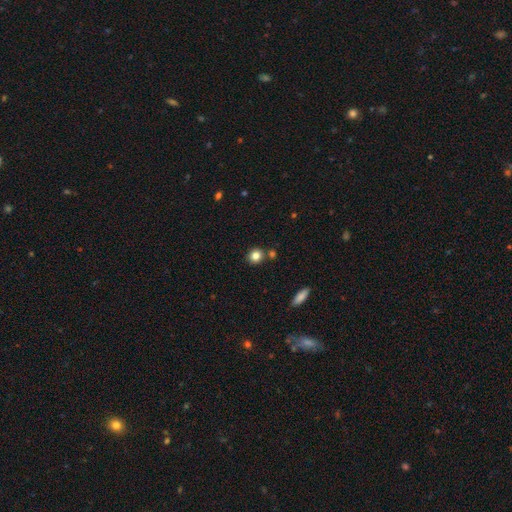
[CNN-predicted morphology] smooth_or_featured: smooth (p=0.83) [alt: star or artifact p=0.11]
how_rounded: round (p=0.86) [alt: in between p=0.13]
merging: none (p=0.79) [alt: merger p=0.10]